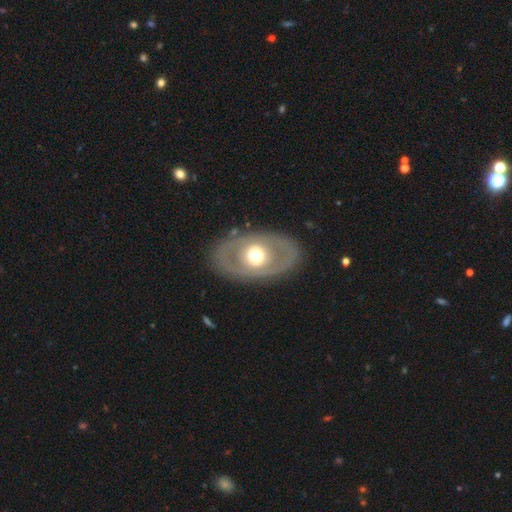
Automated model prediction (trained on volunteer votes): Smooth or featured? featured or disk (56%)
Edge-on disk? no (88%)
Merging? none (83%)